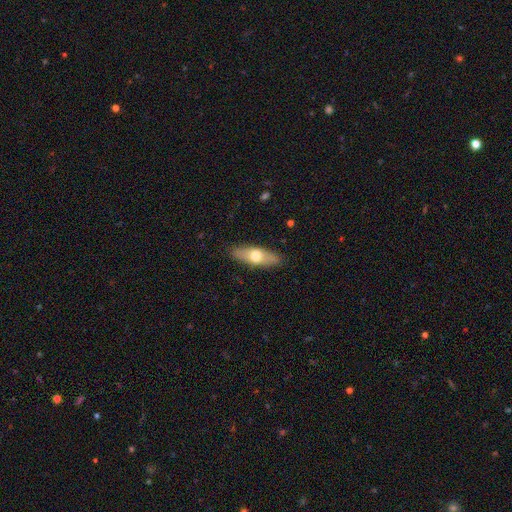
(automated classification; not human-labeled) Smooth or featured? Predicted: smooth (p=0.59). How rounded? Predicted: in between (p=0.58). Merging? Predicted: none (p=0.88).